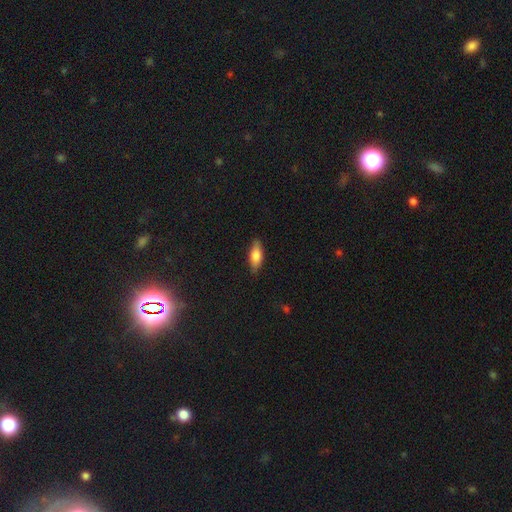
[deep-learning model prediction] Smooth or featured? Predicted: smooth (p=0.72). How rounded? Predicted: in between (p=0.69). Merging? Predicted: none (p=0.85).